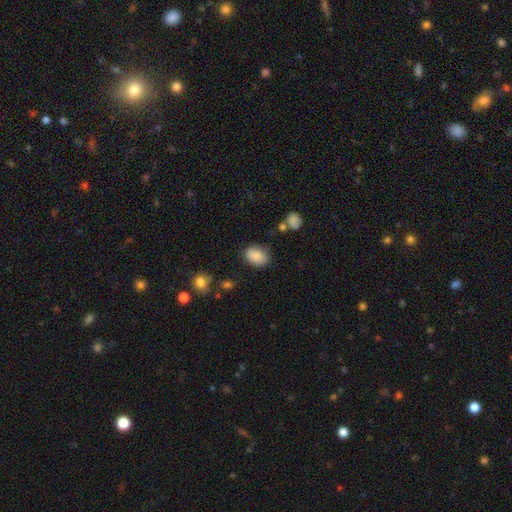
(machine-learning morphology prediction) The model was most divided on "how rounded": in between: 78%, round: 20%, cigar-shaped: 1%. More confident: smooth or featured — smooth (87%); merging — none (76%).